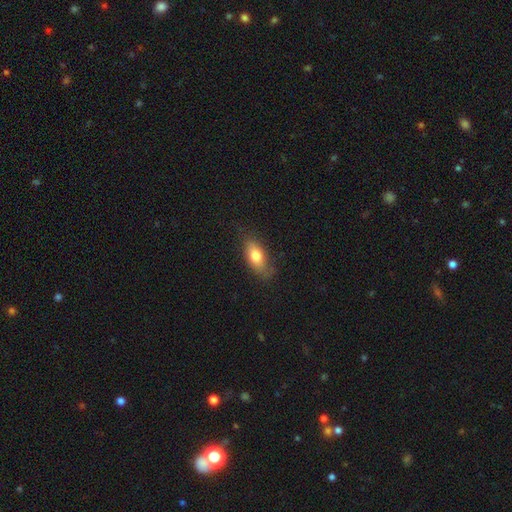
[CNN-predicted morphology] Smooth or featured: smooth — 75% (featured or disk — 17%)
How rounded: in between — 85% (cigar-shaped — 10%)
Merging: none — 71% (minor disturbance — 22%)